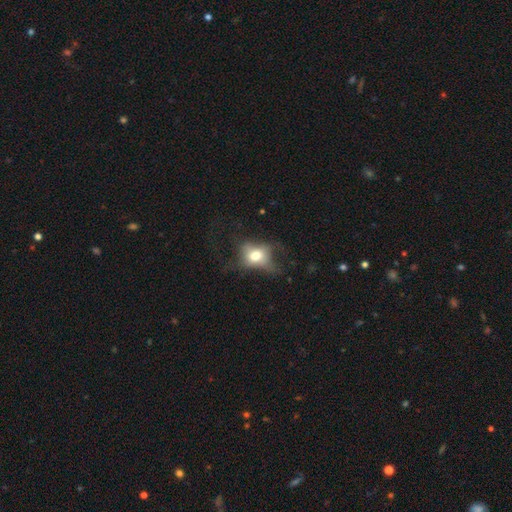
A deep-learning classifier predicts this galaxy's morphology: type=smooth (62%); roundness=in between (60%); merging=major disturbance (37%).